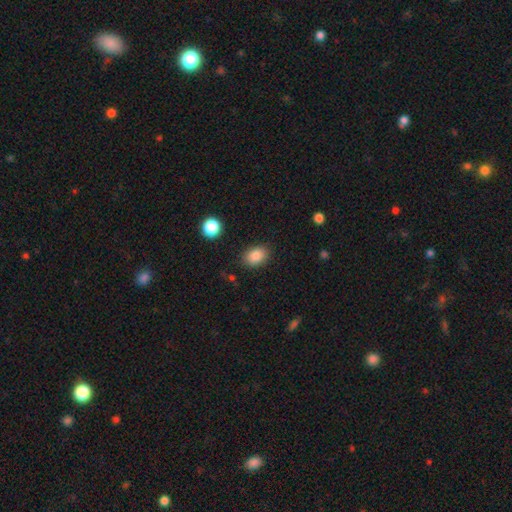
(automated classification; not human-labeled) Smooth or featured? smooth (86%)
How rounded? in between (77%)
Merging? none (84%)